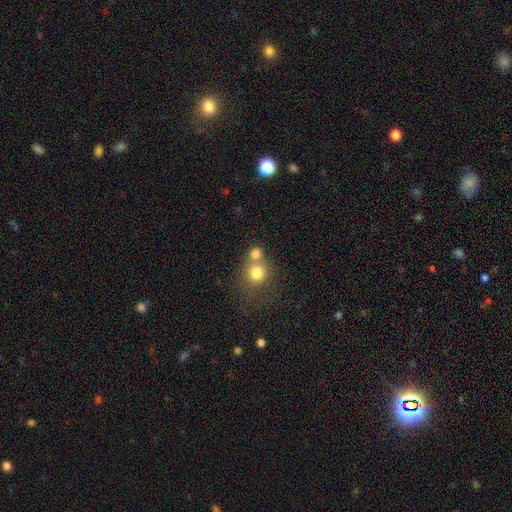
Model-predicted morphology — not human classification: smooth 73%, star or artifact 16%, featured or disk 11%. Down the decision tree: how rounded — round (85%); merging — none (50%).